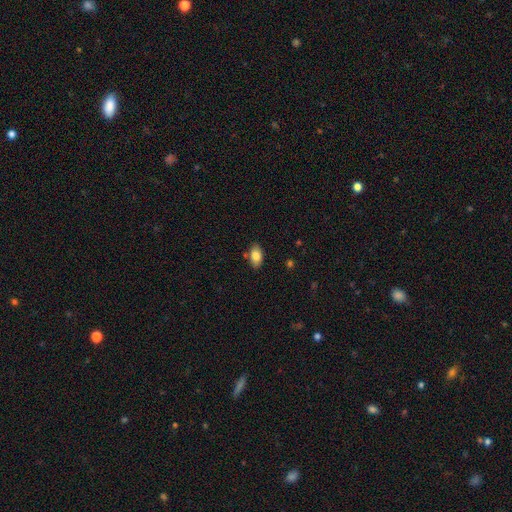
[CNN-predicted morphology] type=smooth (83%); roundness=in between (91%); merging=none (81%).